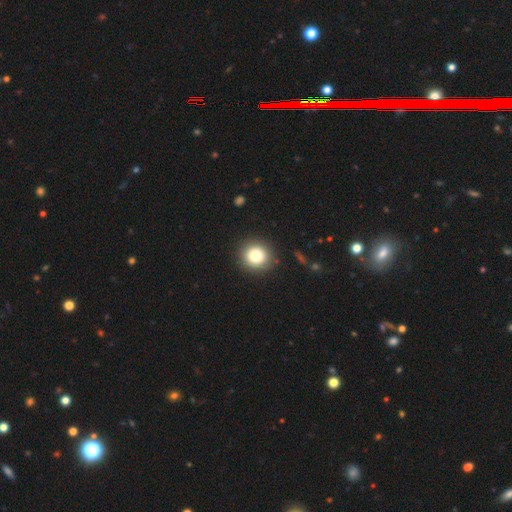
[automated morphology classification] Overall: smooth (79%). How rounded: round (93%). Merging: none (90%).